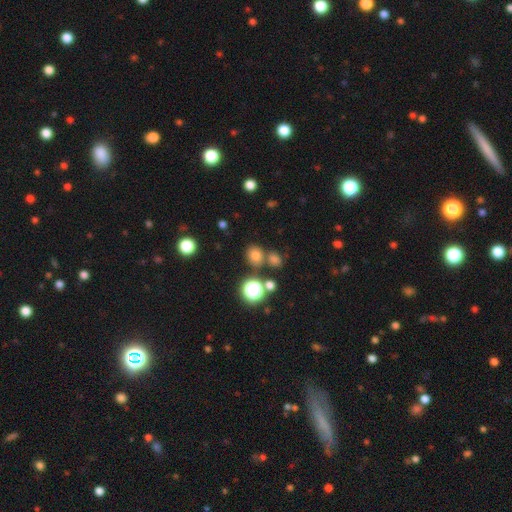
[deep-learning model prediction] Q: Smooth or featured?
A: smooth (72%); runner-up: star or artifact (21%)
Q: How rounded?
A: round (72%); runner-up: in between (27%)
Q: Merging?
A: none (70%); runner-up: merger (16%)